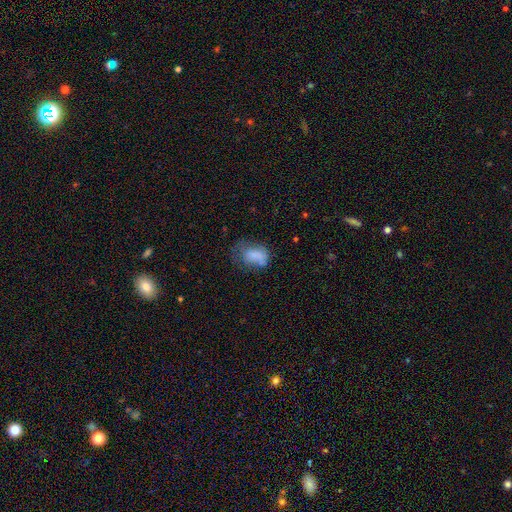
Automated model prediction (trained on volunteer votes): This is likely a smooth galaxy (71%). How rounded: likely in between (79%). Merging: marginally major disturbance (33%).